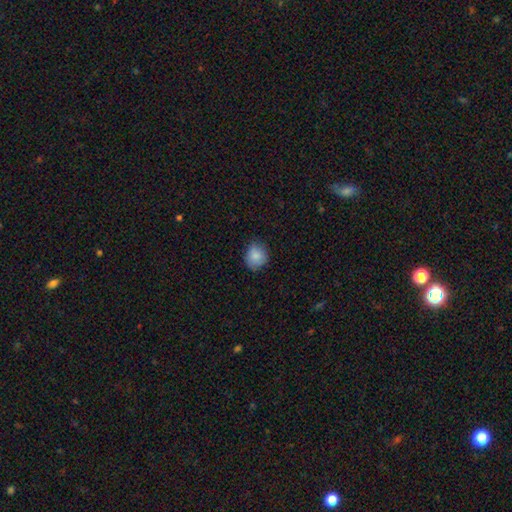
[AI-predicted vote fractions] smooth 86%, star or artifact 8%, featured or disk 6%. Down the decision tree: how rounded — round (73%); merging — none (76%).